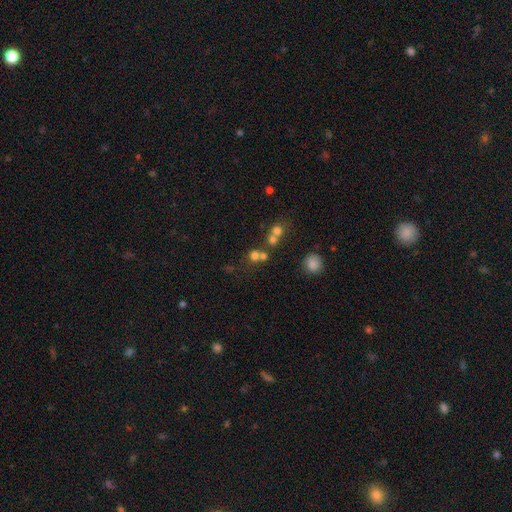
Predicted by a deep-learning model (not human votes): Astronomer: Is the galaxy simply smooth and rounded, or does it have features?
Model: smooth — 64%.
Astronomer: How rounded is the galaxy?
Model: round — 88%.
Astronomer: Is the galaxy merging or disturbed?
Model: none — 51% (runner-up: merger, 39%).